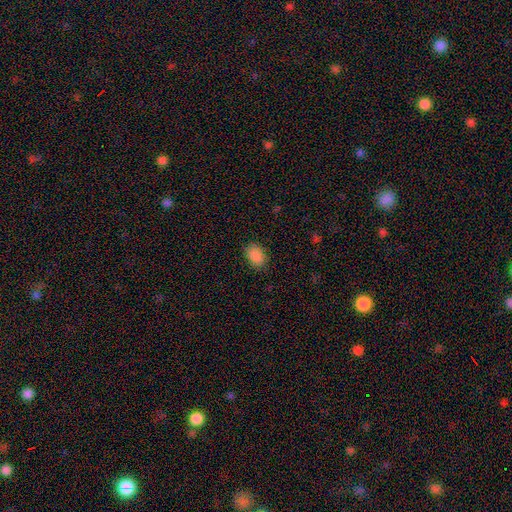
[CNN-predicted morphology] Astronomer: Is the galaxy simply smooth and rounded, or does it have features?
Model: smooth — 89%.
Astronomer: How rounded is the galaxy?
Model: in between — 83%.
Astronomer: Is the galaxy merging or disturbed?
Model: none — 86%.